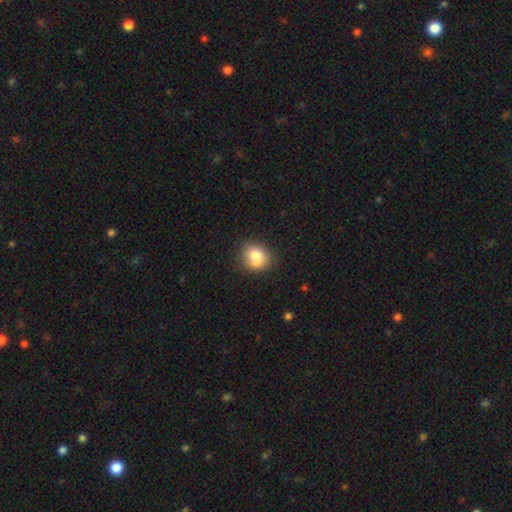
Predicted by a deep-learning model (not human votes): This is likely a smooth galaxy (78%). How rounded: likely round (73%). Merging: likely none (63%).